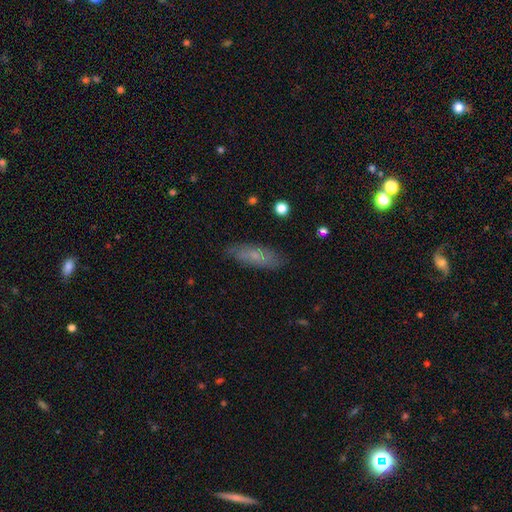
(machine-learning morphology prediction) smooth 63%, featured or disk 29%, star or artifact 8%. Down the decision tree: how rounded — in between (52%); merging — none (82%).